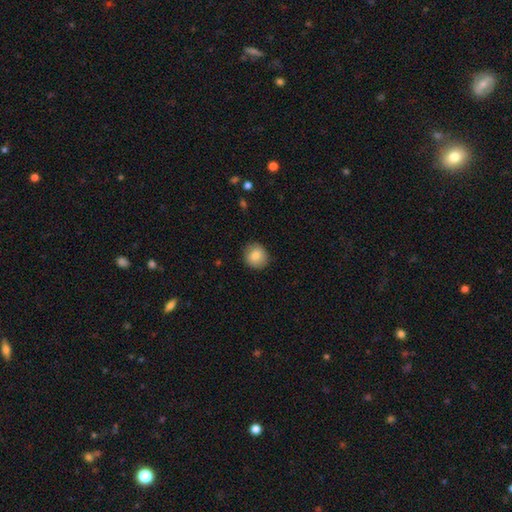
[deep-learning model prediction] A smooth galaxy with no disk features (84%) that is round (87%). Merging: none (87%).